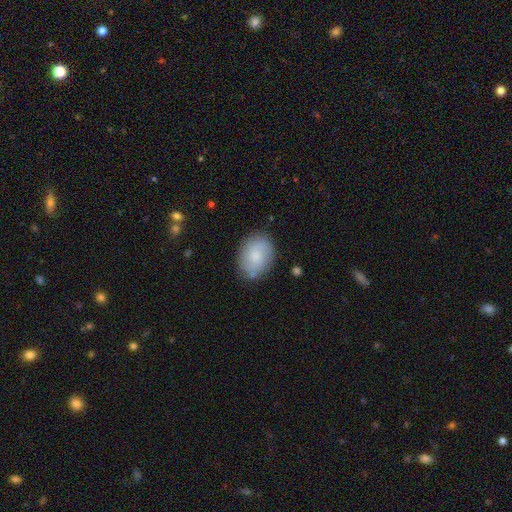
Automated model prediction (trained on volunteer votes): A smooth galaxy with no disk features (65%) that is in between round and cigar-shaped (71%). Merging: none (79%).